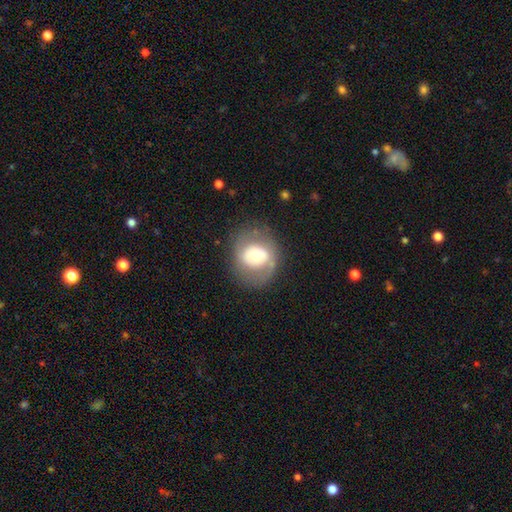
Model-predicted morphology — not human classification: A featured or disk galaxy (47%).

Vote fractions:
- Smooth or featured? featured or disk: 47% / smooth: 45% / star or artifact: 8%
- Merging? none: 73% / minor disturbance: 16% / major disturbance: 10% / merger: 2%